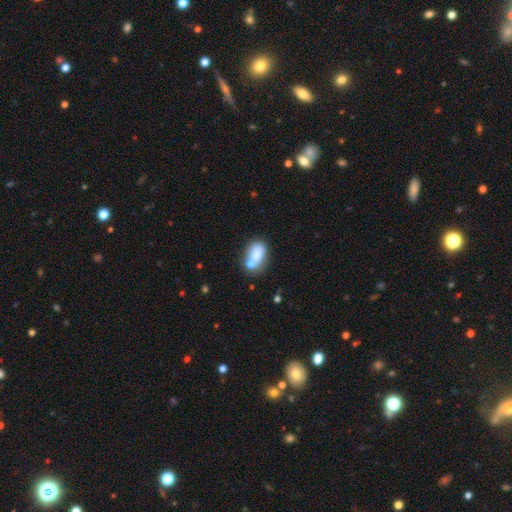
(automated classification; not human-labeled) Morphology: type=smooth (72%); roundness=in between (84%); merging=merger (46%).